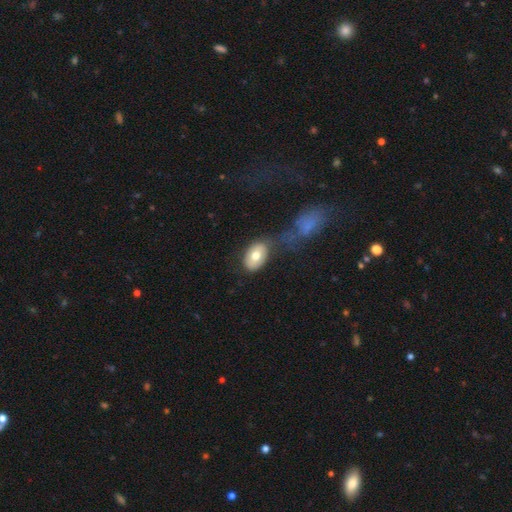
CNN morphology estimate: A smooth galaxy with no disk features (71%) that is in between round and cigar-shaped (87%).

Vote fractions:
- Smooth or featured? smooth: 71% / featured or disk: 22% / star or artifact: 7%
- How rounded? in between: 87% / round: 12% / cigar-shaped: 1%
- Merging? none: 55% / merger: 18% / minor disturbance: 17% / major disturbance: 10%